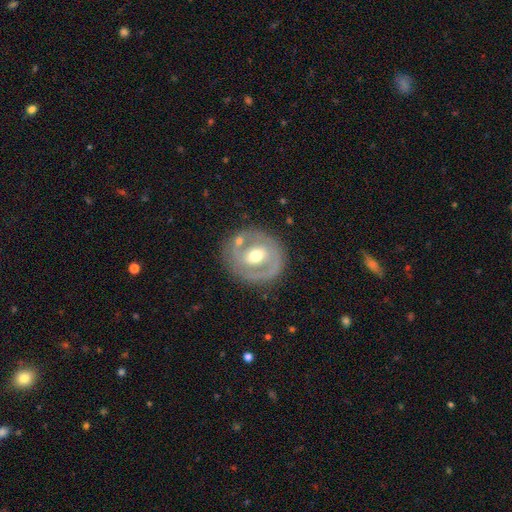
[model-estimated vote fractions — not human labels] Overall: featured or disk (65%; smooth 29%). Edge-on disk: no (95%). Bar: no (43%; weak 38%). Spiral arms: no (60%; yes 40%). Bulge size: moderate (74%). Merging: none (75%).